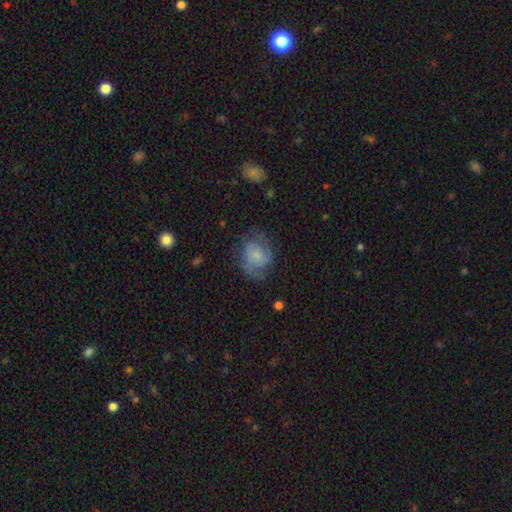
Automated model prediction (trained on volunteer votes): Smooth or featured: featured or disk — 61% (smooth — 31%)
Edge-on disk: no — 98% (yes — 2%)
Bar: no — 59% (weak — 35%)
Spiral arms: yes — 85% (no — 15%)
Spiral winding: medium — 47% (tight — 32%)
Spiral arm count: 2 — 60% (can't tell — 21%)
Bulge size: small — 55% (moderate — 23%)
Merging: none — 56% (minor disturbance — 24%)